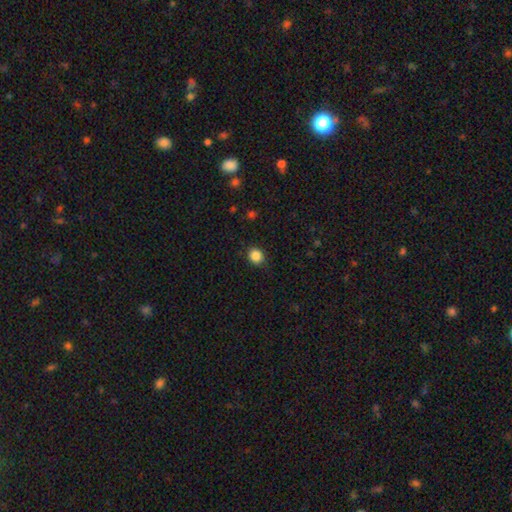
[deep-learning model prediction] Smooth or featured? Predicted: smooth (p=0.86). How rounded? Predicted: round (p=0.71). Merging? Predicted: none (p=0.89).